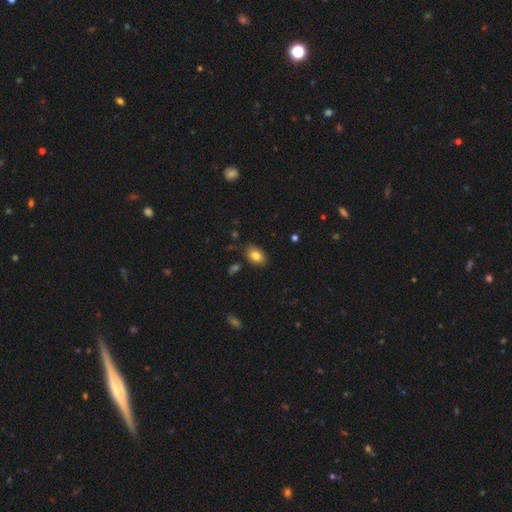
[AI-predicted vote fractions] This is clearly a smooth galaxy (82%). How rounded: clearly in between (87%). Merging: clearly none (84%).